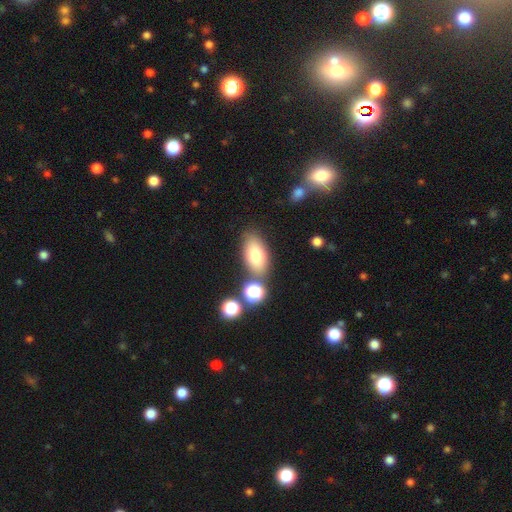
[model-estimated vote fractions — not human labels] Smooth or featured: smooth — 76% (featured or disk — 15%)
How rounded: in between — 89% (round — 6%)
Merging: none — 75% (minor disturbance — 12%)